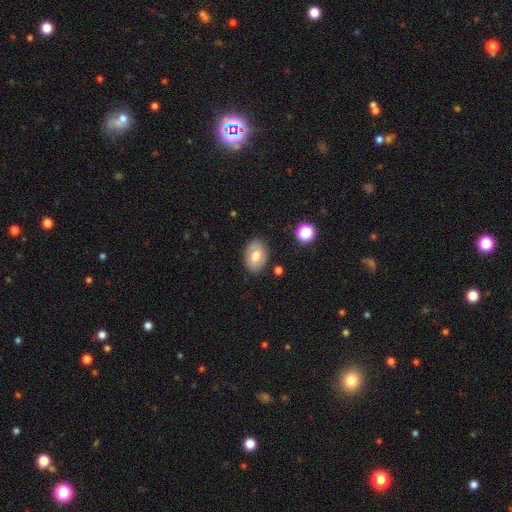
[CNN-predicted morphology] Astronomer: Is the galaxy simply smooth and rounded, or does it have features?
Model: smooth — 63%.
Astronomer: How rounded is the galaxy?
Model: in between — 78%.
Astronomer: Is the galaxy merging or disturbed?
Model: none — 82%.